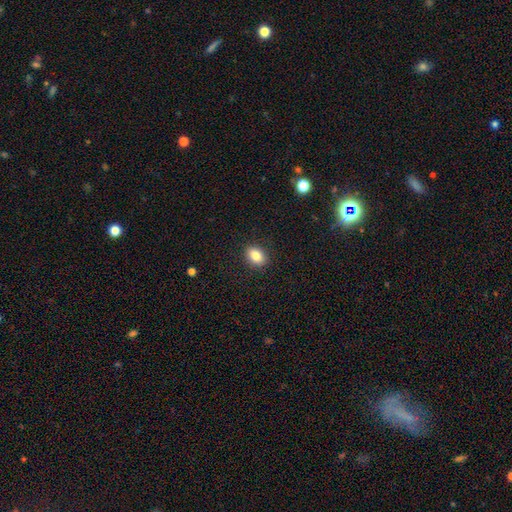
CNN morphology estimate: Smooth or featured? Predicted: smooth (p=0.84). How rounded? Predicted: in between (p=0.73). Merging? Predicted: none (p=0.89).